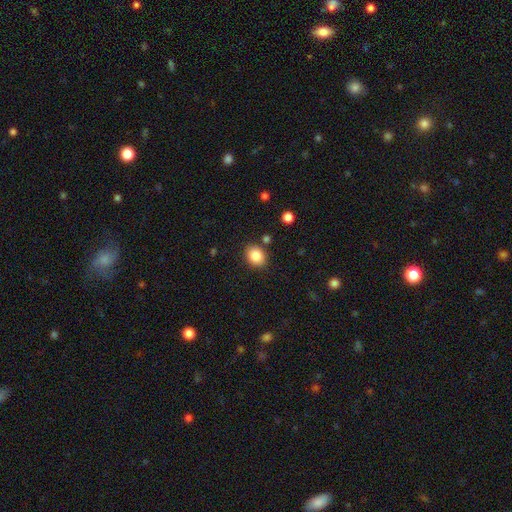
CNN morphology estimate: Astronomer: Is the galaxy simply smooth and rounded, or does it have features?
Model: smooth — 87%.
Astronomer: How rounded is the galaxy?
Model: in between — 52% (runner-up: round, 47%).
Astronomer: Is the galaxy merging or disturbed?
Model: none — 84%.